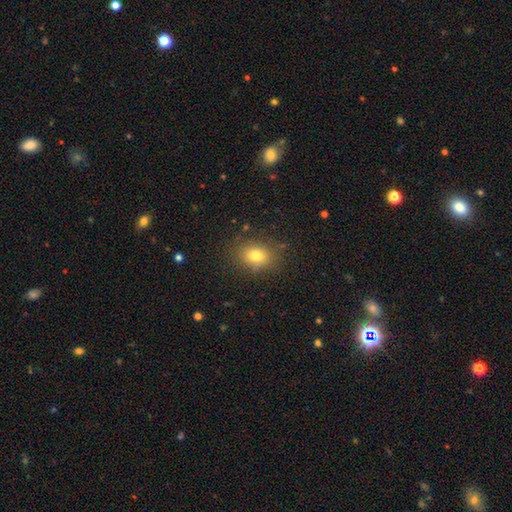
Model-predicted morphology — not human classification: Overall: smooth (77%). How rounded: in between (60%; round 39%). Merging: none (82%).